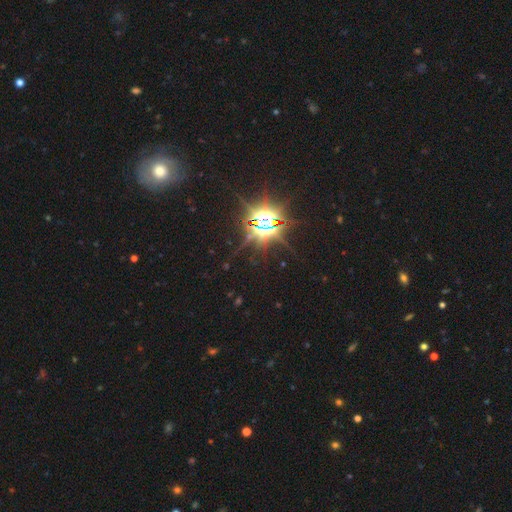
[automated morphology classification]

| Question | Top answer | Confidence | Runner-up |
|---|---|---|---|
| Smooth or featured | star or artifact | 85% | smooth (8%) |